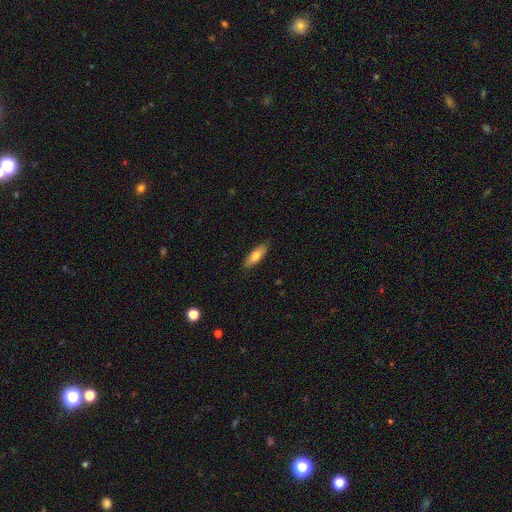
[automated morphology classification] smooth-or-featured: smooth: 72% | featured or disk: 22% | star or artifact: 6%
  how-rounded: in between: 55% | cigar-shaped: 43% | round: 2%
  merging: none: 87% | minor disturbance: 10% | major disturbance: 2% | merger: 1%